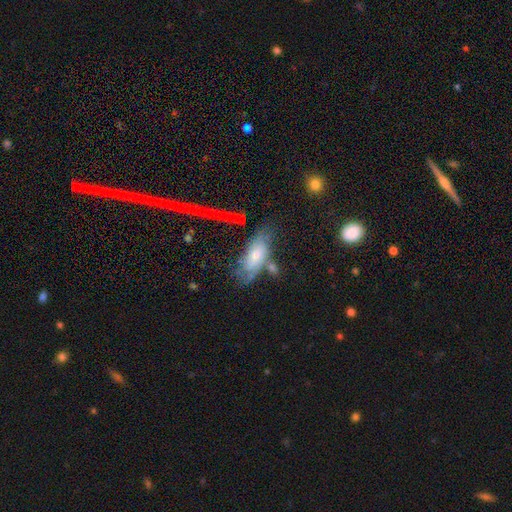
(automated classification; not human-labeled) smooth_or_featured: smooth (p=0.48) [alt: featured or disk p=0.43]
merging: none (p=0.46) [alt: minor disturbance p=0.25]